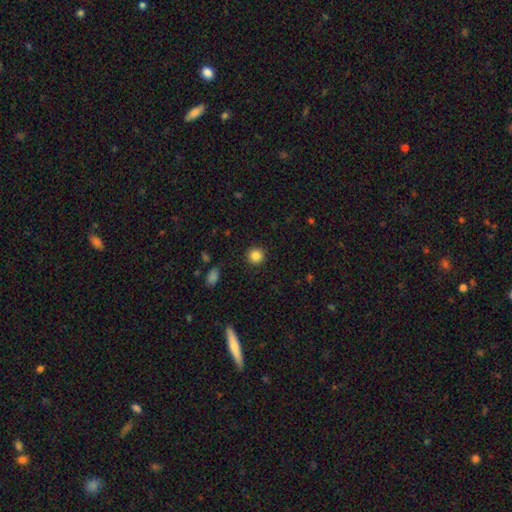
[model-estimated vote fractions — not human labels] smooth-or-featured: smooth: 85% | star or artifact: 10% | featured or disk: 4%
  how-rounded: round: 93% | in between: 6% | cigar-shaped: 1%
  merging: none: 91% | minor disturbance: 6% | major disturbance: 2% | merger: 1%